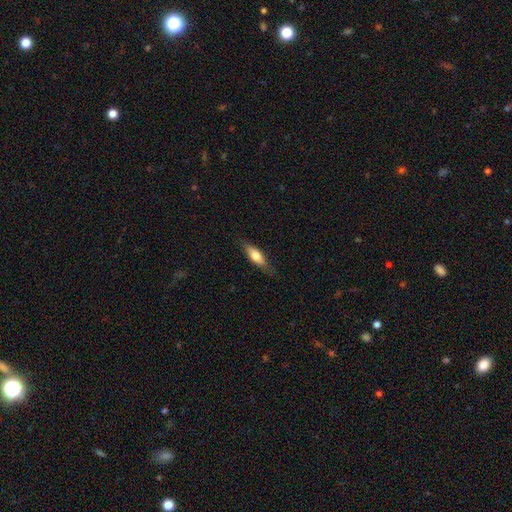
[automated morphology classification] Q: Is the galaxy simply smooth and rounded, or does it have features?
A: smooth — 64%.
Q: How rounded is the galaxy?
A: in between — 54%.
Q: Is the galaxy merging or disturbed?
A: none — 77%.